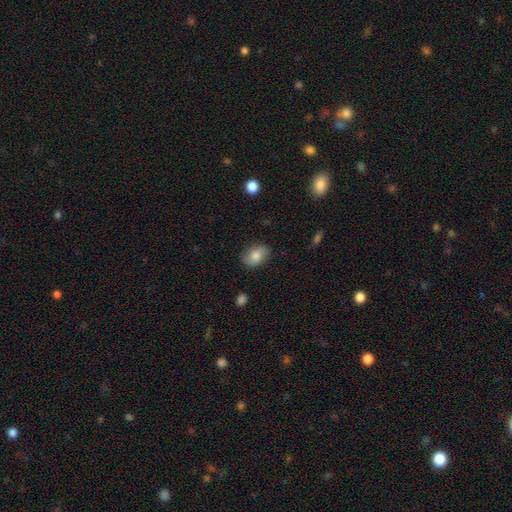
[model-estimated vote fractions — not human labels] Overall: smooth (78%). How rounded: in between (79%). Merging: none (80%).